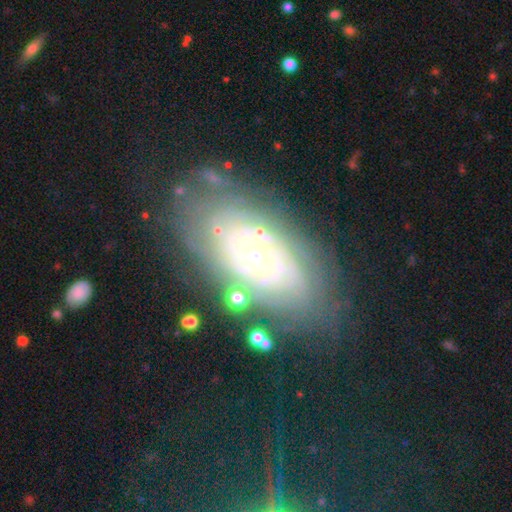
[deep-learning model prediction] smooth-or-featured: featured or disk: 78% | smooth: 13% | star or artifact: 9%
  disk-edge-on: no: 93% | yes: 7%
    bar: no: 83% | weak: 13% | strong: 4%
    has-spiral-arms: yes: 86% | no: 14%
      spiral-winding: tight: 80% | medium: 15% | loose: 5%
      spiral-arm-count: can't tell: 55% | 2: 15% | 3: 9% | more than 4: 8% | 4: 8% | 1: 5%
    bulge-size: small: 70% | moderate: 25% | large: 2% | none: 1% | dominant: 1%
  merging: none: 71% | minor disturbance: 17% | major disturbance: 9% | merger: 3%